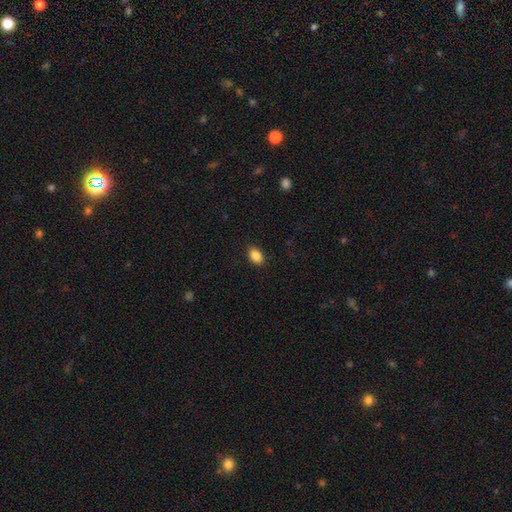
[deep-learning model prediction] Morphology: type=smooth (88%); roundness=in between (89%); merging=none (89%).